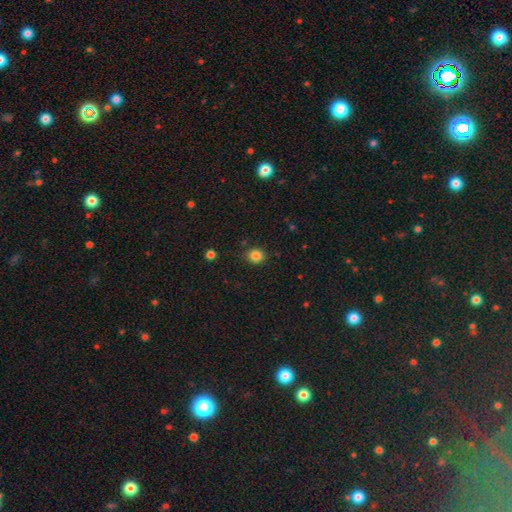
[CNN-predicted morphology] smooth 84%, star or artifact 12%, featured or disk 4%. Down the decision tree: how rounded — round (80%); merging — none (85%).